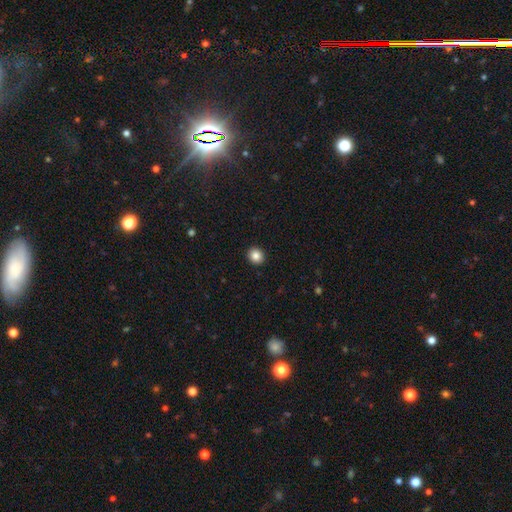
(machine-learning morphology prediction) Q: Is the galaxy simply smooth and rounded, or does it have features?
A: smooth — 85%.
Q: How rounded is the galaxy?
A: round — 85%.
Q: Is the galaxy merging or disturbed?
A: none — 93%.